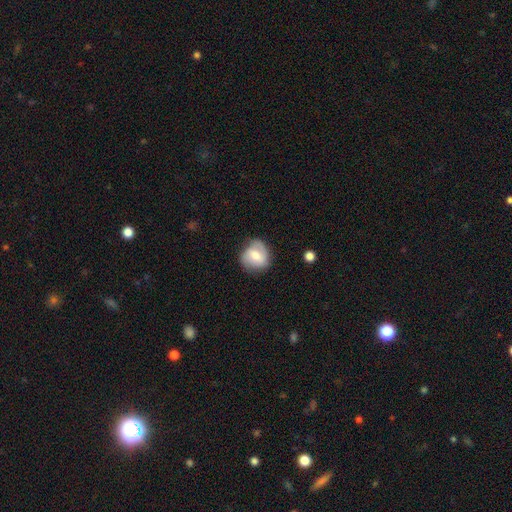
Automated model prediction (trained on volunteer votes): Morphology: type=smooth (55%); roundness=round (79%); merging=none (71%).